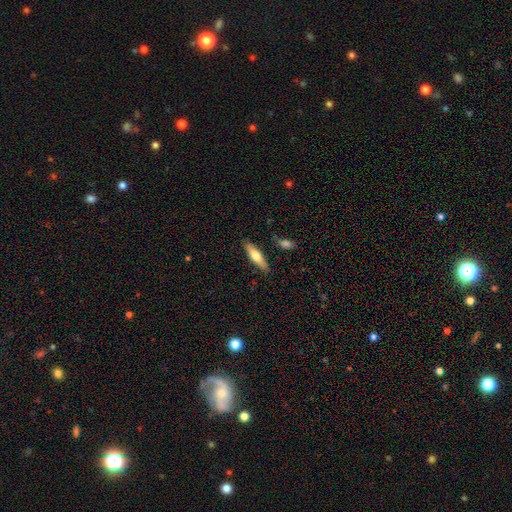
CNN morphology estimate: Q: Smooth or featured?
A: smooth (60%); runner-up: featured or disk (35%)
Q: How rounded?
A: cigar-shaped (68%); runner-up: in between (30%)
Q: Merging?
A: none (85%); runner-up: minor disturbance (10%)